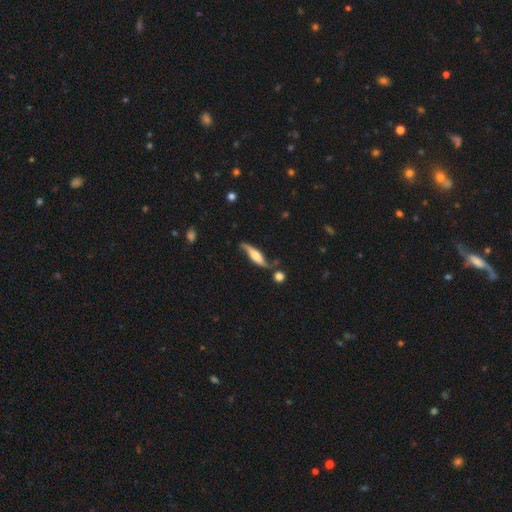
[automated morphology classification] smooth-or-featured: featured or disk: 66% | smooth: 27% | star or artifact: 6%
  disk-edge-on: yes: 52% | no: 48%
  merging: none: 61% | minor disturbance: 23% | merger: 8% | major disturbance: 8%